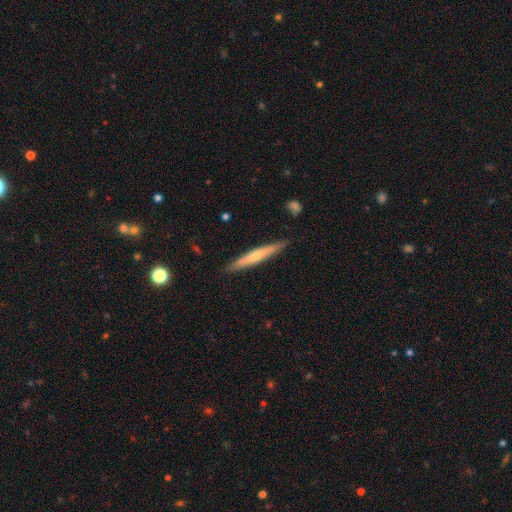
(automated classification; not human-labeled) The model was most divided on "smooth or featured": smooth: 52%, featured or disk: 43%, star or artifact: 5%. More confident: how rounded — cigar-shaped (95%); merging — none (88%).